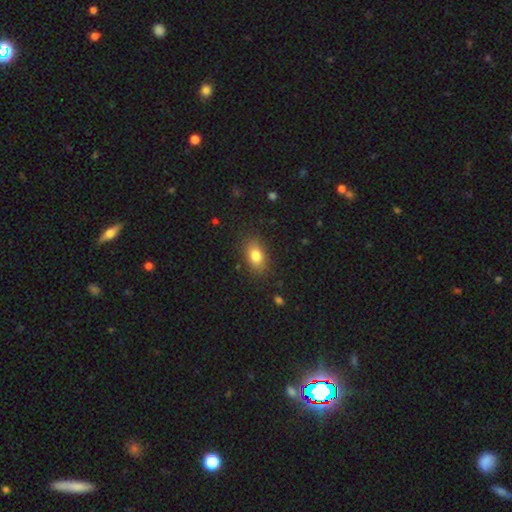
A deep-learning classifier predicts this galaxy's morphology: A smooth galaxy with no disk features (82%) that is in between round and cigar-shaped (86%). Merging: none (85%).